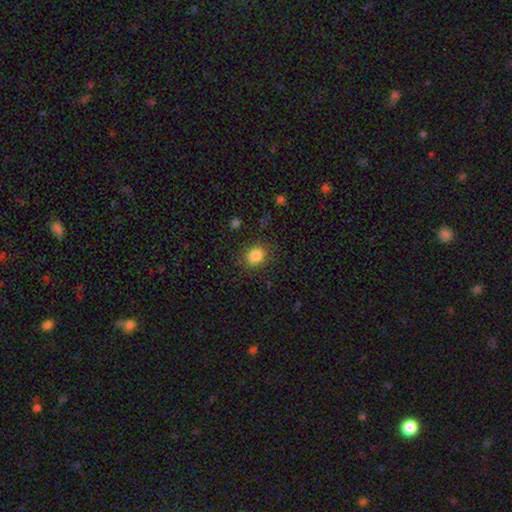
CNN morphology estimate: A smooth galaxy with no disk features (84%) that is round (58%).

Vote fractions:
- Smooth or featured? smooth: 84% / star or artifact: 10% / featured or disk: 5%
- How rounded? round: 58% / in between: 41% / cigar-shaped: 1%
- Merging? none: 84% / minor disturbance: 11% / major disturbance: 4% / merger: 1%